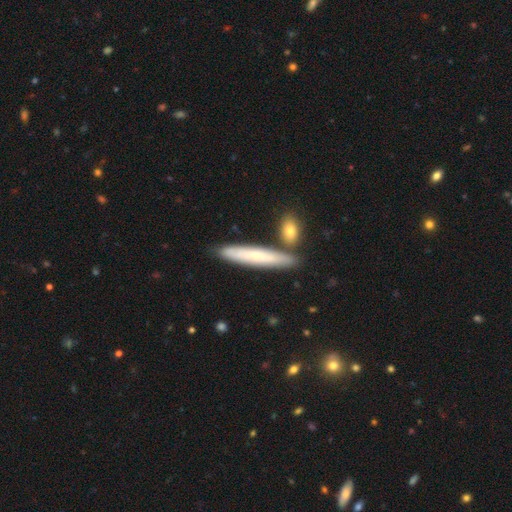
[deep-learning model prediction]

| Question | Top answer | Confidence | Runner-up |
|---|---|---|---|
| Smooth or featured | smooth | 60% | featured or disk (34%) |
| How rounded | cigar-shaped | 91% | in between (8%) |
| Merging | none | 77% | minor disturbance (11%) |